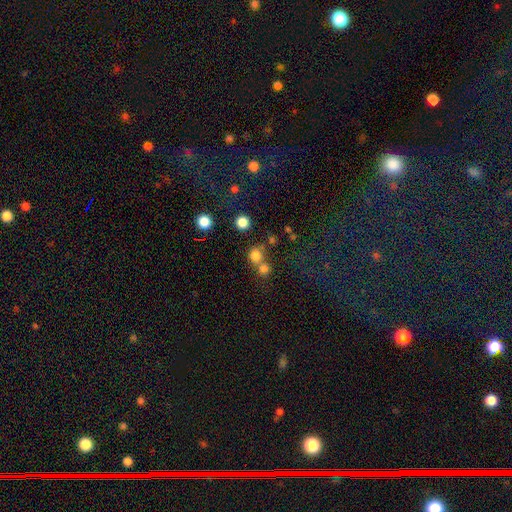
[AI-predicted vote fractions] Smooth or featured? Predicted: smooth (p=0.77). How rounded? Predicted: round (p=0.88). Merging? Predicted: none (p=0.54).